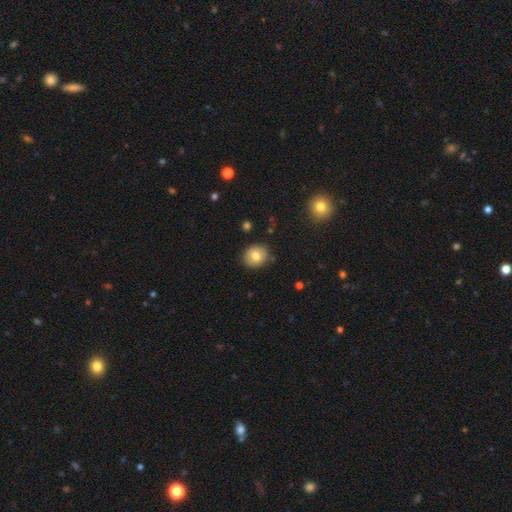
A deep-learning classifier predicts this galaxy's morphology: Overall: smooth (78%). How rounded: round (71%). Merging: none (83%).